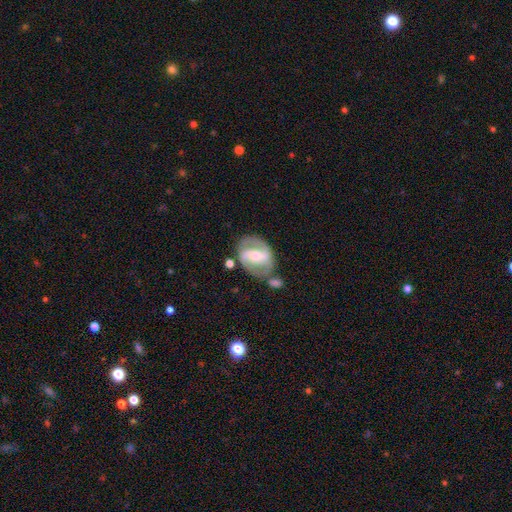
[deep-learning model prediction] smooth-or-featured: featured or disk: 79% | smooth: 15% | star or artifact: 5%
  disk-edge-on: no: 96% | yes: 4%
    bar: strong: 51% | weak: 32% | no: 17%
    has-spiral-arms: yes: 84% | no: 16%
      spiral-winding: medium: 49% | tight: 31% | loose: 20%
      spiral-arm-count: 2: 86% | can't tell: 8% | 1: 2% | 3: 2% | 4: 1% | more than 4: 1%
    bulge-size: moderate: 55% | small: 39% | large: 4% | none: 1% | dominant: 1%
  merging: none: 66% | minor disturbance: 16% | merger: 10% | major disturbance: 7%